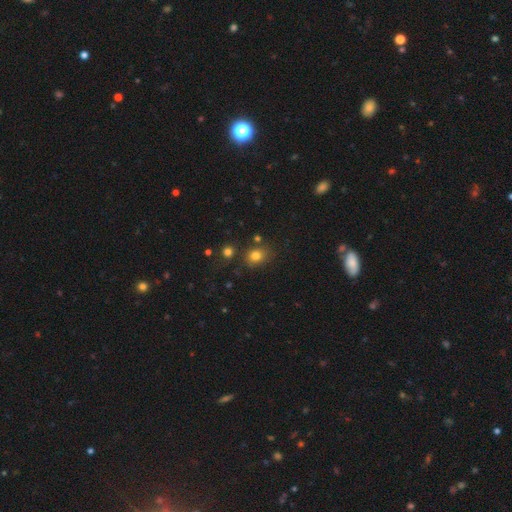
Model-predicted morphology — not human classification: smooth 79%, star or artifact 14%, featured or disk 7%. Down the decision tree: how rounded — round (62%); merging — none (73%).